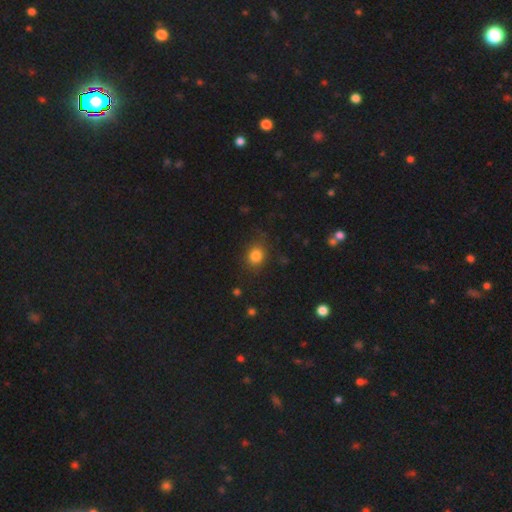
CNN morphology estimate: A smooth galaxy with no disk features (82%) that is round (64%).

Vote fractions:
- Smooth or featured? smooth: 82% / star or artifact: 12% / featured or disk: 6%
- How rounded? round: 64% / in between: 35% / cigar-shaped: 1%
- Merging? none: 79% / minor disturbance: 15% / major disturbance: 5% / merger: 2%